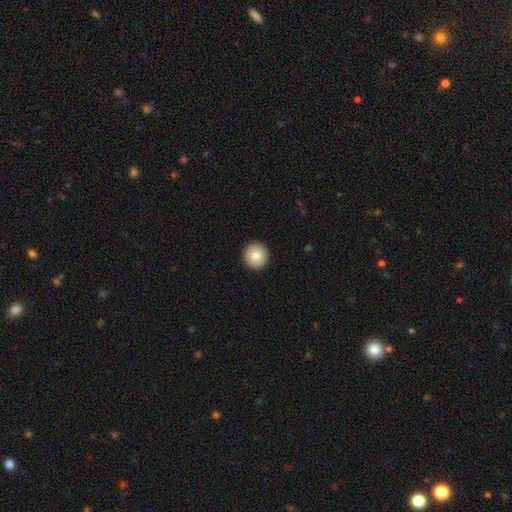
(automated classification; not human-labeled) smooth_or_featured: smooth (p=0.82) [alt: featured or disk p=0.10]
how_rounded: round (p=0.95) [alt: in between p=0.04]
merging: none (p=0.93) [alt: minor disturbance p=0.04]